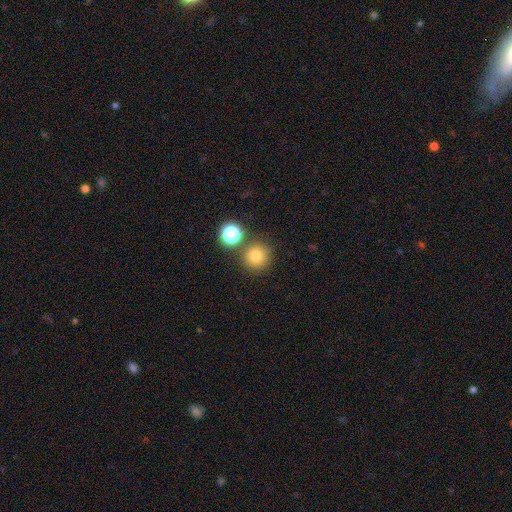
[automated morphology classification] The model was most divided on "smooth or featured": smooth: 77%, star or artifact: 16%, featured or disk: 7%. More confident: how rounded — round (94%); merging — none (79%).